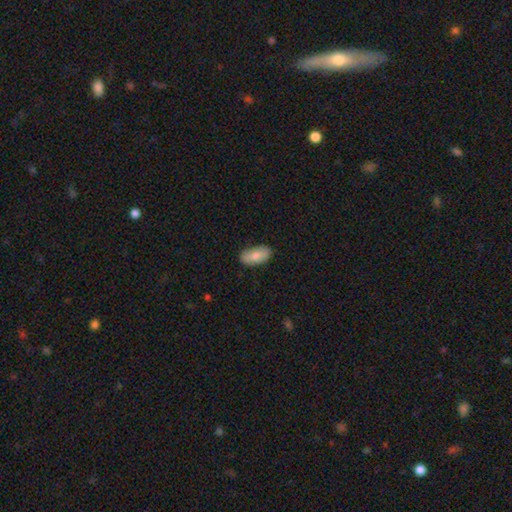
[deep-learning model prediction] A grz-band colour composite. It shows a smooth galaxy with no disk features (76%) that is in between round and cigar-shaped (92%). Merging: none (82%).